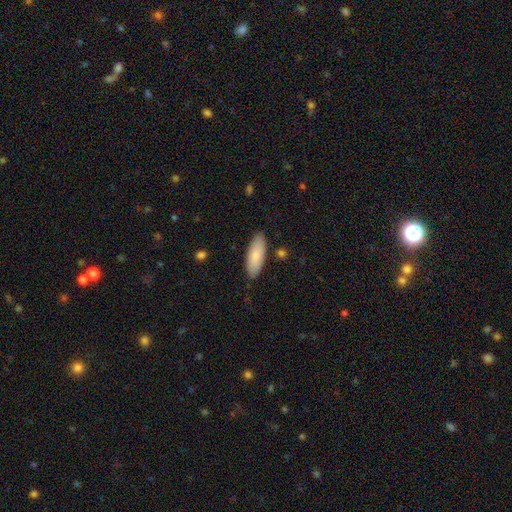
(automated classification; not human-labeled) A smooth galaxy with no disk features (84%) that is in between round and cigar-shaped (73%). Merging: none (85%).